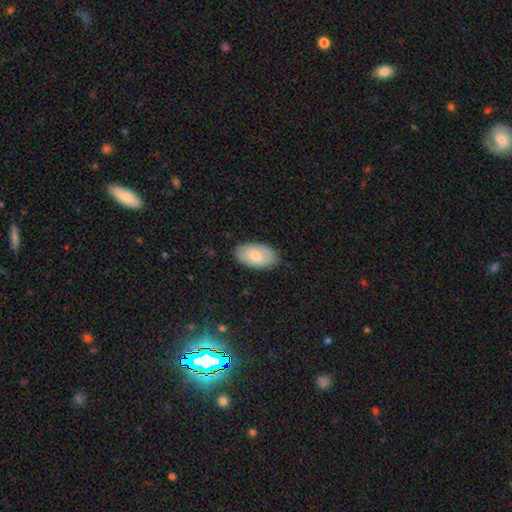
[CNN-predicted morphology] Overall: smooth (73%). How rounded: in between (95%). Merging: none (80%).